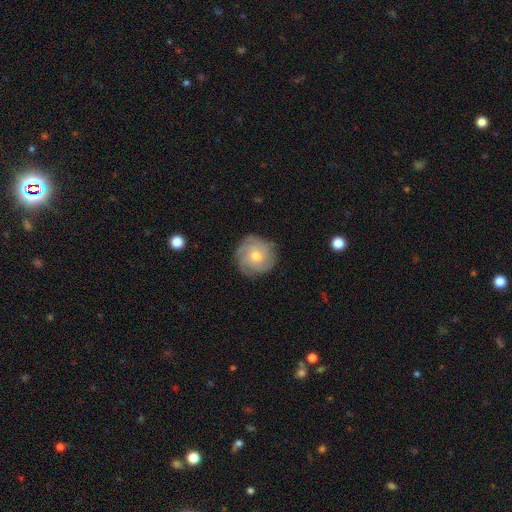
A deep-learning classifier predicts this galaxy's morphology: Smooth or featured: featured or disk — 68% (smooth — 25%)
Edge-on disk: no — 97% (yes — 3%)
Bar: no — 69% (weak — 27%)
Spiral arms: yes — 92% (no — 8%)
Spiral winding: tight — 64% (medium — 28%)
Spiral arm count: can't tell — 31% (3 — 27%)
Bulge size: moderate — 63% (small — 31%)
Merging: none — 81% (minor disturbance — 14%)